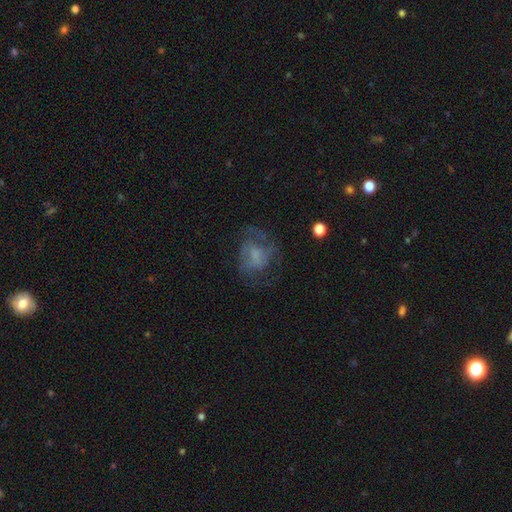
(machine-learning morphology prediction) type=featured or disk (52%); edge-on=no (97%); bar=no (68%); spiral arms=yes (54%); bulge=none (45%); merging=none (49%).